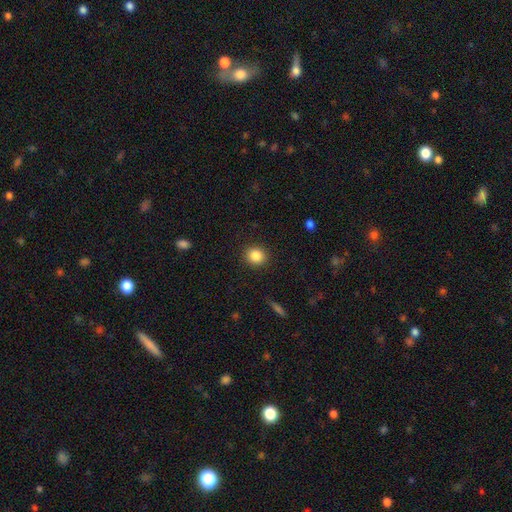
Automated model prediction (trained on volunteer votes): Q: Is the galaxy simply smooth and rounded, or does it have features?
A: smooth — 85%.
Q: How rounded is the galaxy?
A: round — 83%.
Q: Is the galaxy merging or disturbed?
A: none — 90%.